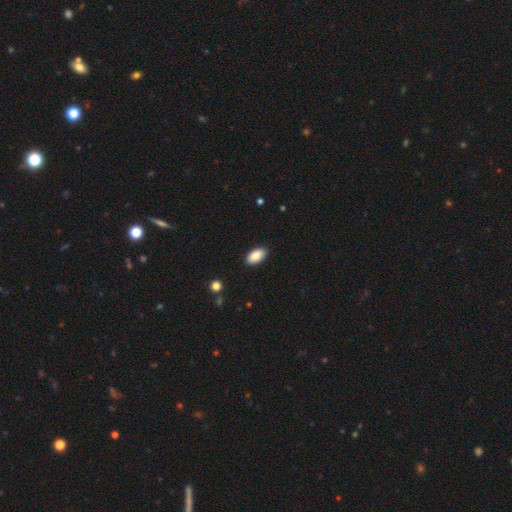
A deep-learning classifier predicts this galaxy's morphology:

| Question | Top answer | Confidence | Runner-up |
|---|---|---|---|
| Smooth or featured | smooth | 88% | star or artifact (7%) |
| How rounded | in between | 94% | round (3%) |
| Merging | none | 88% | minor disturbance (9%) |